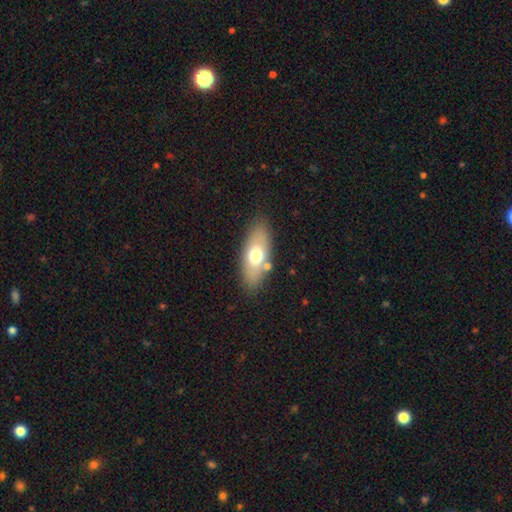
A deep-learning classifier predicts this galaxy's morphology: Smooth or featured? Predicted: smooth (p=0.64). How rounded? Predicted: in between (p=0.83). Merging? Predicted: none (p=0.80).